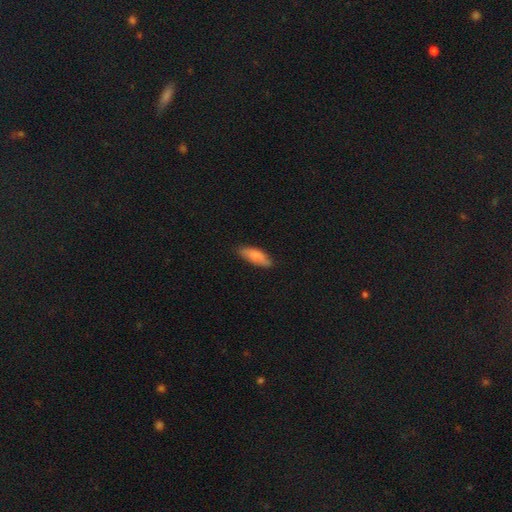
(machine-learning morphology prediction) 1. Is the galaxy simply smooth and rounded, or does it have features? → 75% smooth, 19% featured or disk, 6% star or artifact.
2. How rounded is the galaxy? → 69% in between, 29% cigar-shaped, 2% round.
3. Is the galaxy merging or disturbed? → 71% none, 24% minor disturbance, 4% major disturbance, 2% merger.